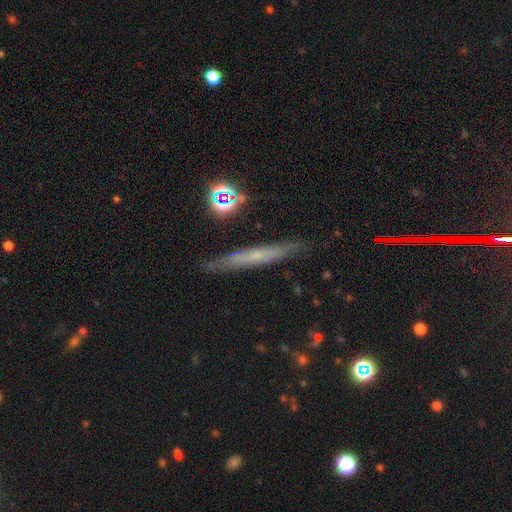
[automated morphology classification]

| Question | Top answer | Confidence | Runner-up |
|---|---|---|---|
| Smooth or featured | featured or disk | 46% | smooth (42%) |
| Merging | none | 87% | minor disturbance (9%) |